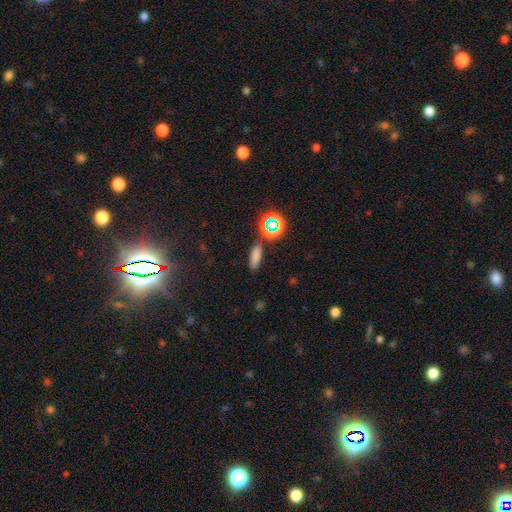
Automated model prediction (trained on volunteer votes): Smooth or featured? Predicted: smooth (p=0.72). How rounded? Predicted: in between (p=0.57). Merging? Predicted: none (p=0.81).